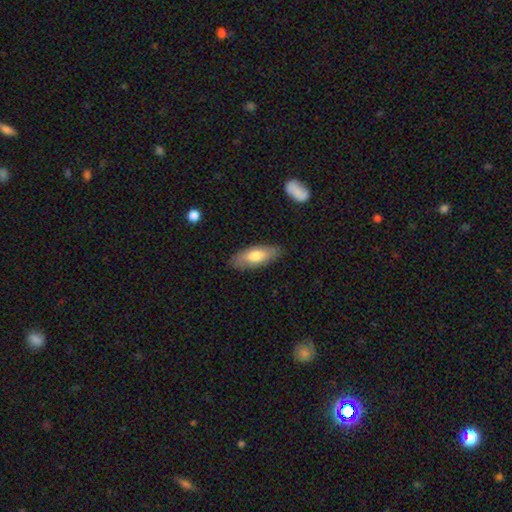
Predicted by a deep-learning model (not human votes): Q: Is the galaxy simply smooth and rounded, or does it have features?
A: smooth — 71%.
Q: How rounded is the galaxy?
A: in between — 74%.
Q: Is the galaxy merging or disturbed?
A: none — 84%.